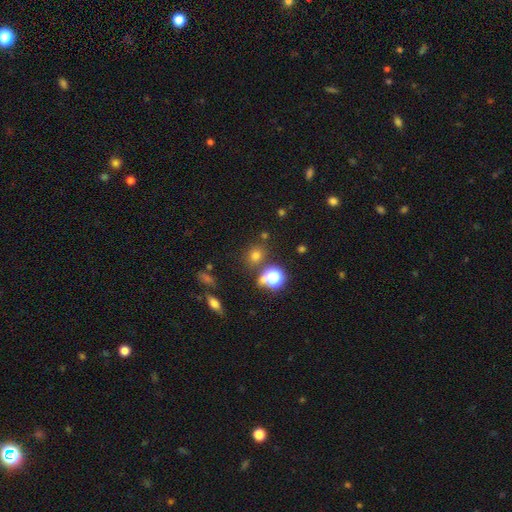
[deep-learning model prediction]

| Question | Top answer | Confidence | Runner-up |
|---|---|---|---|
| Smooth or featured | smooth | 67% | star or artifact (26%) |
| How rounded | round | 74% | in between (24%) |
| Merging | none | 79% | minor disturbance (10%) |